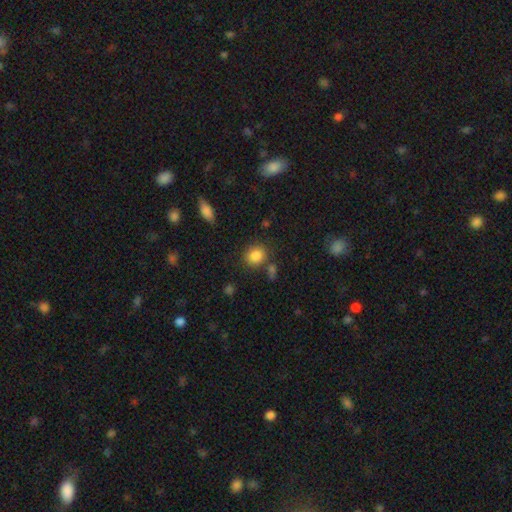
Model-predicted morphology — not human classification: smooth-or-featured: smooth: 85% | star or artifact: 9% | featured or disk: 5%
  how-rounded: round: 71% | in between: 28% | cigar-shaped: 1%
  merging: none: 75% | minor disturbance: 12% | merger: 8% | major disturbance: 4%